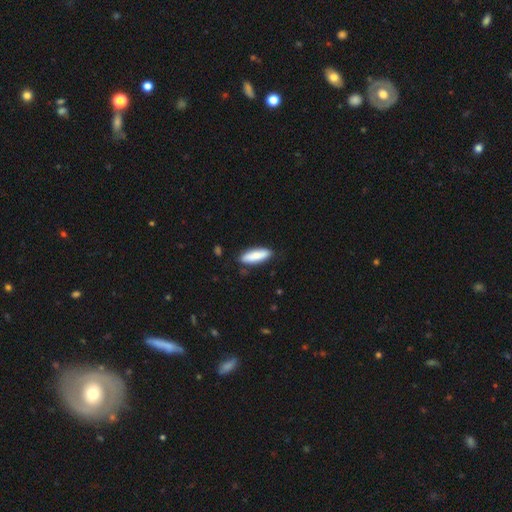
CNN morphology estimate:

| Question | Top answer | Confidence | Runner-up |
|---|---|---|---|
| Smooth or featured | smooth | 80% | featured or disk (15%) |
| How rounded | cigar-shaped | 49% | tied: in between (49%) |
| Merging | none | 84% | minor disturbance (13%) |